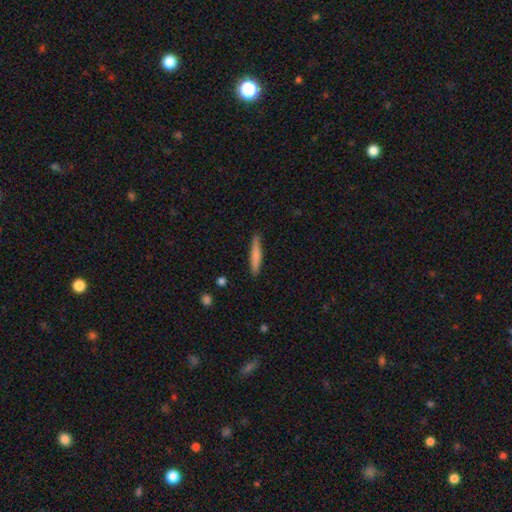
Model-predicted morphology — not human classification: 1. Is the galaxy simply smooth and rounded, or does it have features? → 75% smooth, 19% featured or disk, 6% star or artifact.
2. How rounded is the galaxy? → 92% cigar-shaped, 6% in between, 1% round.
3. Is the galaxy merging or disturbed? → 86% none, 11% minor disturbance, 2% major disturbance, 1% merger.